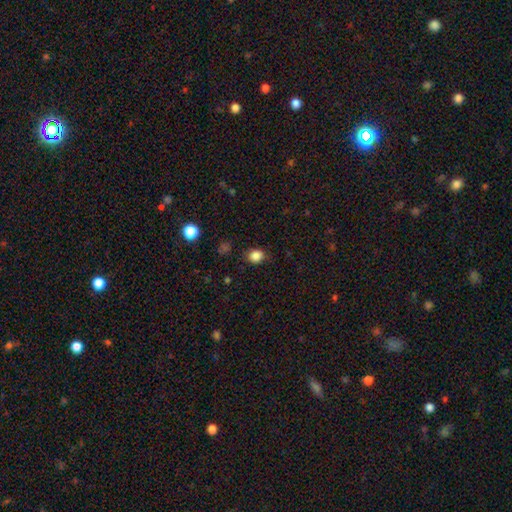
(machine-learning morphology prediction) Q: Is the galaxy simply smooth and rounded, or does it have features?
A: smooth — 85%.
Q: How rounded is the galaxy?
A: round — 65%.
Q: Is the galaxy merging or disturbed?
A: none — 83%.